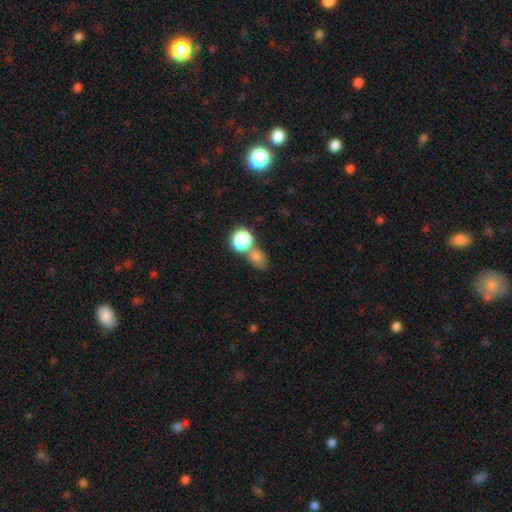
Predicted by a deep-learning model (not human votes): Smooth or featured? smooth (71%)
How rounded? round (51%)
Merging? none (48%)